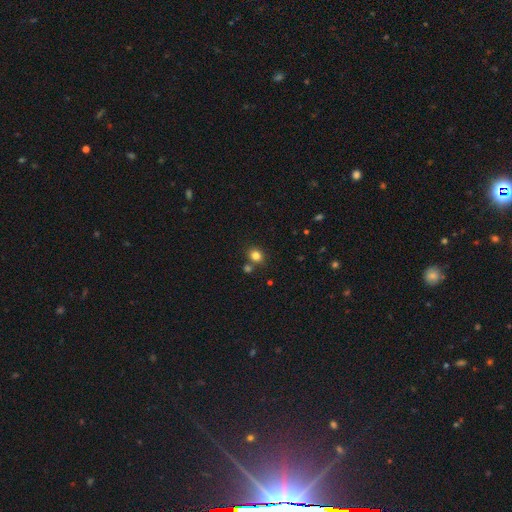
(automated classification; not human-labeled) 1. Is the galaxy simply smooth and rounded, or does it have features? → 82% smooth, 13% star or artifact, 6% featured or disk.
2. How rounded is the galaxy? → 67% round, 32% in between, 1% cigar-shaped.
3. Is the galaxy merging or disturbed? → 72% none, 15% merger, 10% minor disturbance, 3% major disturbance.